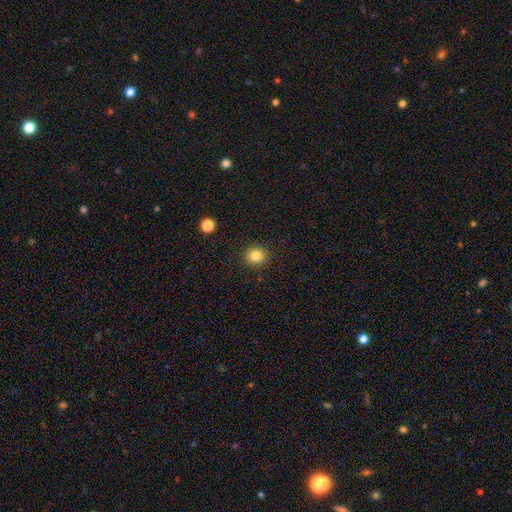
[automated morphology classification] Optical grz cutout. It shows a smooth galaxy with no disk features (83%) that is round (83%). Merging: none (89%).